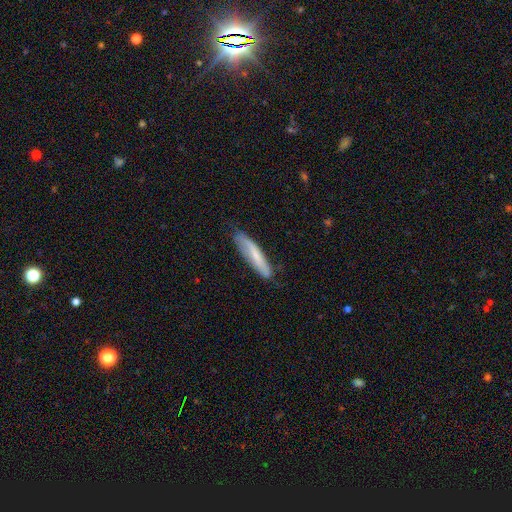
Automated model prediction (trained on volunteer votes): smooth-or-featured: smooth: 60% | featured or disk: 34% | star or artifact: 6%
  how-rounded: cigar-shaped: 83% | in between: 15% | round: 1%
  merging: none: 72% | minor disturbance: 23% | major disturbance: 4% | merger: 2%